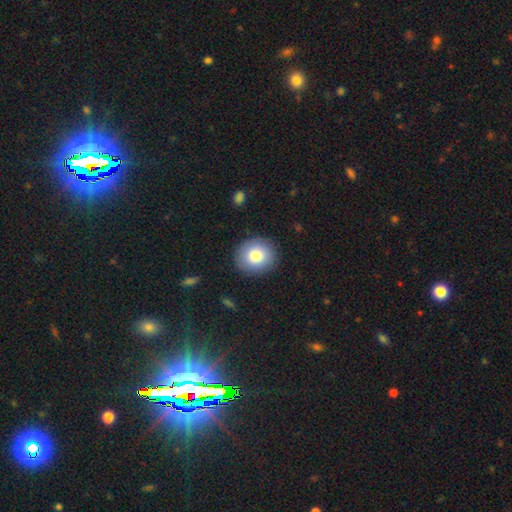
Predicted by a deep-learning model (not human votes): A smooth galaxy with no disk features (82%) that is round (83%).

Vote fractions:
- Smooth or featured? smooth: 82% / featured or disk: 10% / star or artifact: 8%
- How rounded? round: 83% / in between: 16% / cigar-shaped: 1%
- Merging? none: 89% / minor disturbance: 7% / major disturbance: 2% / merger: 1%